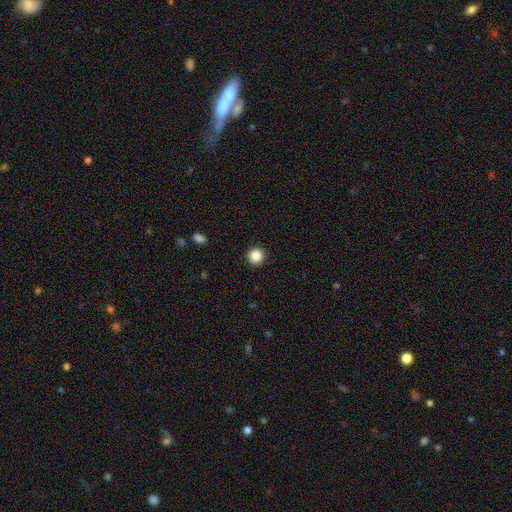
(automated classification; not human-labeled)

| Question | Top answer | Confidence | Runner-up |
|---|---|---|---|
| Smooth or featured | smooth | 86% | star or artifact (10%) |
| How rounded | round | 95% | in between (4%) |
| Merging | none | 93% | minor disturbance (4%) |